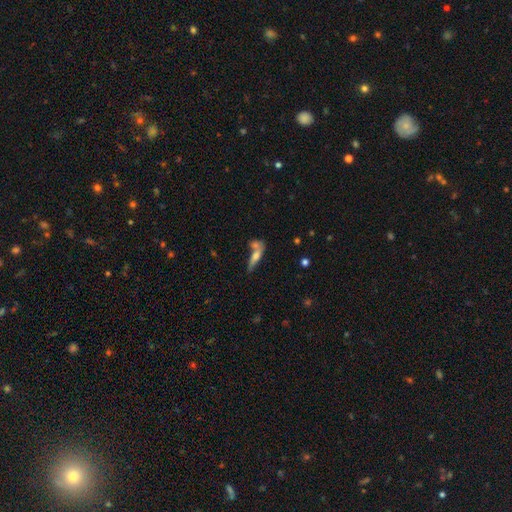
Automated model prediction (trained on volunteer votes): Smooth or featured?
  - smooth: 57% *
  - featured or disk: 35%
  - star or artifact: 8%
How rounded?
  - cigar-shaped: 65% *
  - in between: 32%
  - round: 3%
Merging?
  - none: 40% * (tied)
  - merger: 40% * (tied)
  - minor disturbance: 14%
  - major disturbance: 7%